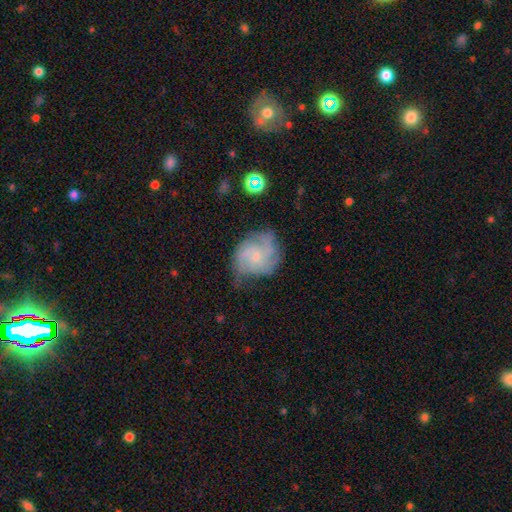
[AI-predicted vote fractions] Overall: featured or disk (75%). Edge-on disk: no (98%). Bar: no (72%). Spiral arms: yes (93%). Spiral arm count: 3 (32%; can't tell 24%). Spiral winding: tight (43%, tied with medium). Bulge size: small (72%). Merging: none (57%; minor disturbance 28%).